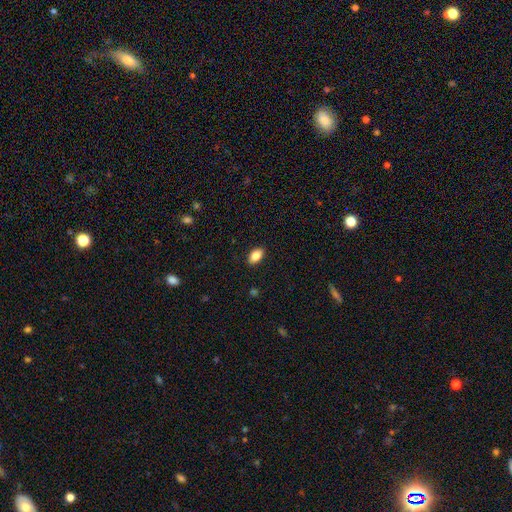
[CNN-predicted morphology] A smooth galaxy with no disk features (85%) that is in between round and cigar-shaped (91%). Merging: none (89%).